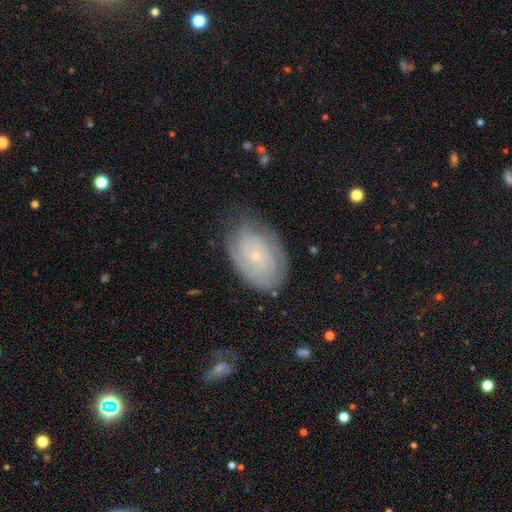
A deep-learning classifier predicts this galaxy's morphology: Smooth or featured: featured or disk — 69% (smooth — 23%)
Edge-on disk: no — 96% (yes — 4%)
Bar: no — 82% (weak — 15%)
Spiral arms: yes — 87% (no — 13%)
Spiral winding: tight — 74% (medium — 19%)
Spiral arm count: can't tell — 52% (2 — 19%)
Bulge size: small — 85% (moderate — 11%)
Merging: none — 72% (minor disturbance — 20%)